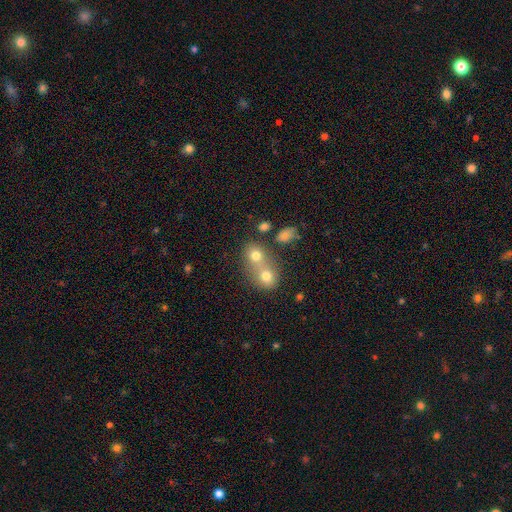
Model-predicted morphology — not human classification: Overall: smooth (72%). How rounded: round (67%; in between 32%). Merging: merger (60%; none 31%).